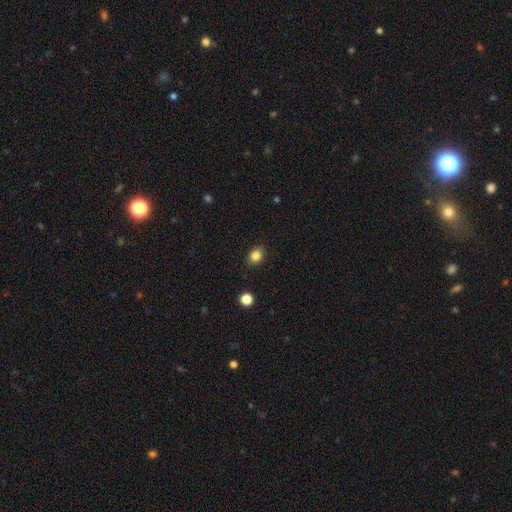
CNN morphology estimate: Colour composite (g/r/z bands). It shows a smooth galaxy with no disk features (84%) that is in between round and cigar-shaped (52%). Merging: none (87%).